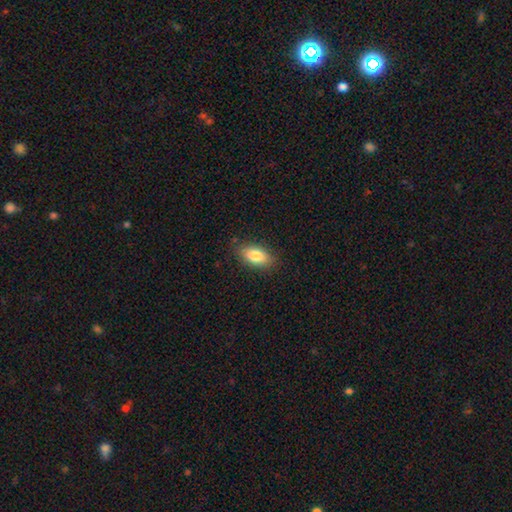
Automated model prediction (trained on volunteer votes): Smooth or featured? smooth (83%)
How rounded? in between (89%)
Merging? none (84%)